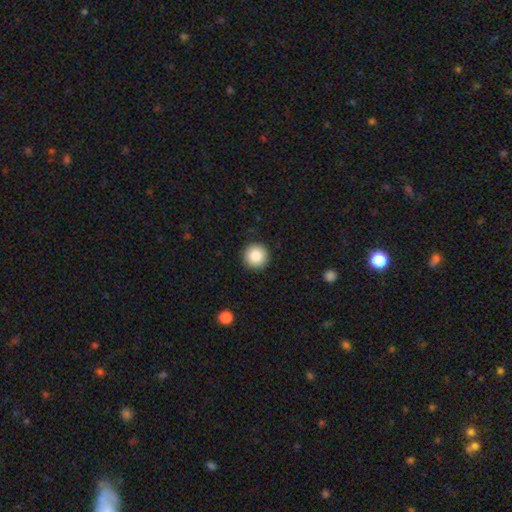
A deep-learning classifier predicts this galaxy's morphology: Smooth or featured? smooth (86%)
How rounded? round (96%)
Merging? none (91%)